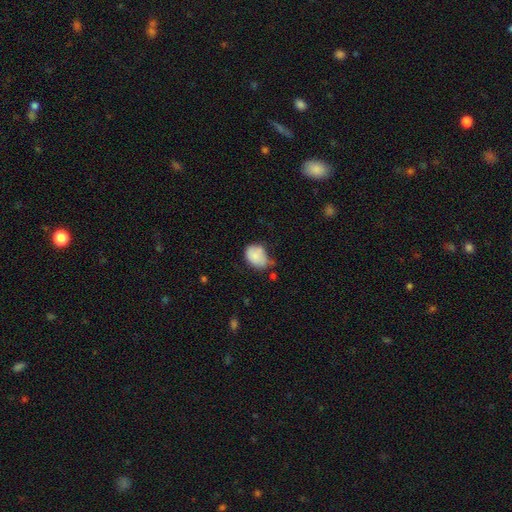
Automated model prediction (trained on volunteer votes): Smooth or featured: smooth — 82% (featured or disk — 10%)
How rounded: in between — 70% (round — 29%)
Merging: none — 42% (minor disturbance — 40%)